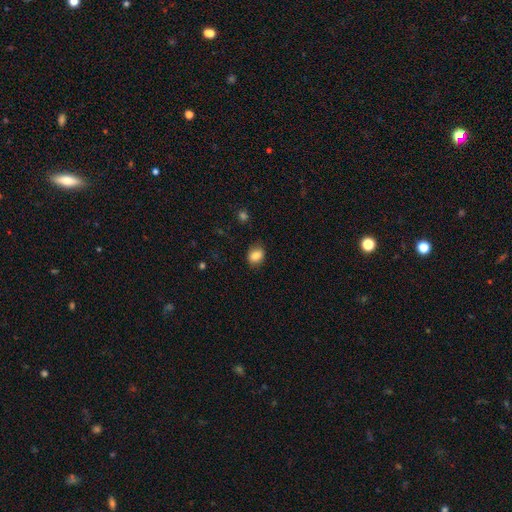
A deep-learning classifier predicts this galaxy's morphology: A smooth galaxy with no disk features (83%) that is in between round and cigar-shaped (56%).

Vote fractions:
- Smooth or featured? smooth: 83% / star or artifact: 9% / featured or disk: 8%
- How rounded? in between: 56% / round: 43% / cigar-shaped: 1%
- Merging? none: 80% / minor disturbance: 15% / major disturbance: 4% / merger: 1%